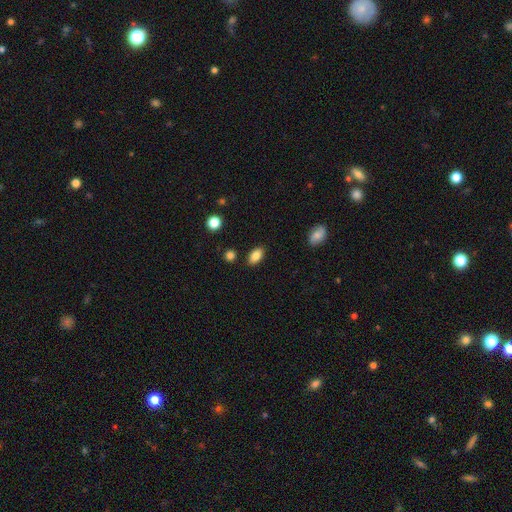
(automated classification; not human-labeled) Morphology: type=smooth (85%); roundness=in between (91%); merging=none (87%).